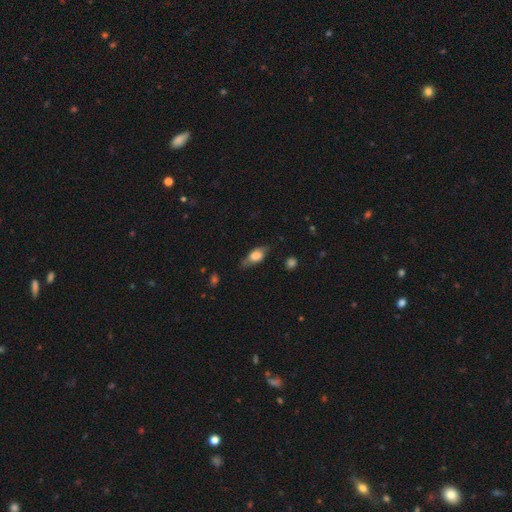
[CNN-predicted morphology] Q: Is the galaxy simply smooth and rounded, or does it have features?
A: smooth — 66%.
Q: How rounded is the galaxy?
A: in between — 79%.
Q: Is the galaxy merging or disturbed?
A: none — 63%.